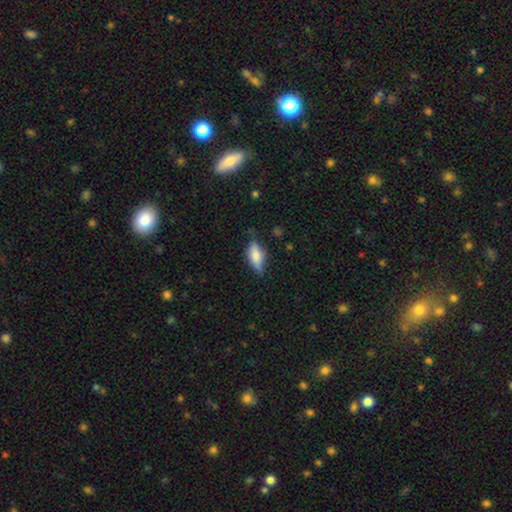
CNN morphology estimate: type=smooth (70%); roundness=in between (72%); merging=none (70%).